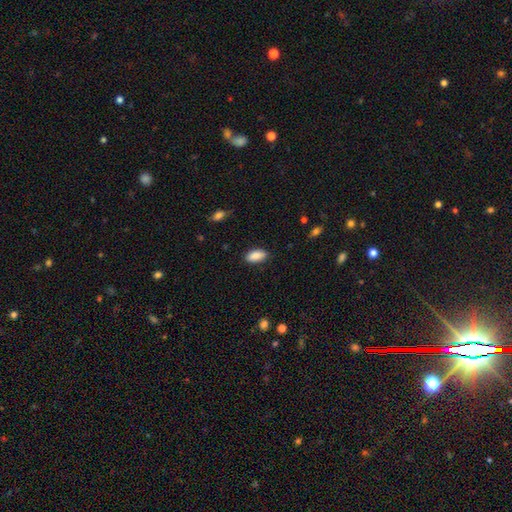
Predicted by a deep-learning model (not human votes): smooth_or_featured: smooth (p=0.89) [alt: star or artifact p=0.07]
how_rounded: in between (p=0.90) [alt: cigar-shaped p=0.07]
merging: none (p=0.85) [alt: minor disturbance p=0.12]